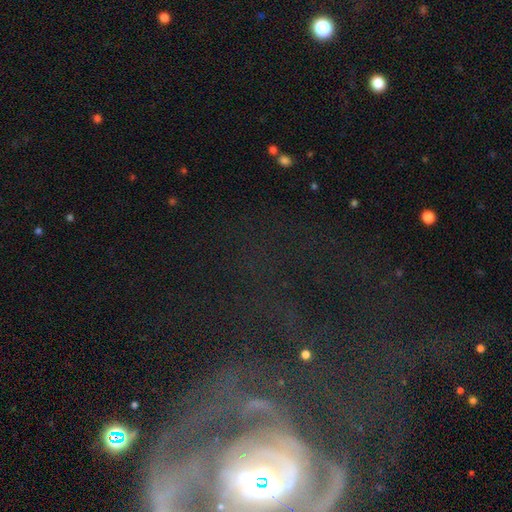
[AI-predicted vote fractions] The model was most divided on "bulge size": moderate: 42%, small: 35%, large: 13%, none: 5%, dominant: 5%. Remaining: edge-on disk — no (92%); spiral arms — yes (74%); smooth or featured — featured or disk (71%); bar — no (47%); merging — none (46%).